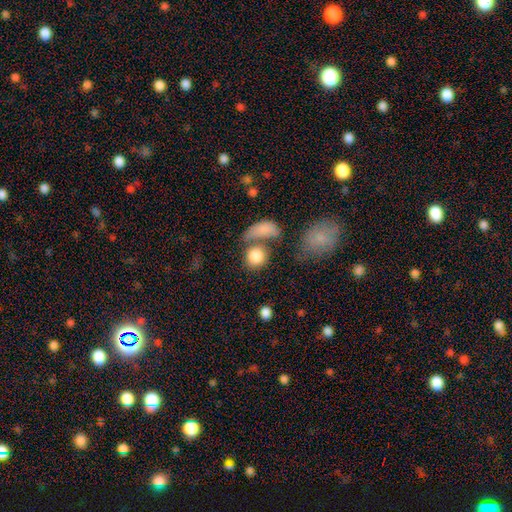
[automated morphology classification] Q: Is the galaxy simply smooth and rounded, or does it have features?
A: smooth — 83%.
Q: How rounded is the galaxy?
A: round — 73%.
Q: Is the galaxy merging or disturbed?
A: none — 46%.